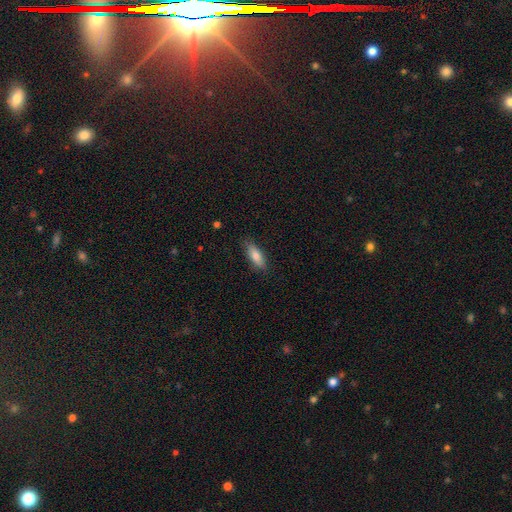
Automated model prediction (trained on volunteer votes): smooth 79%, featured or disk 15%, star or artifact 6%. Down the decision tree: how rounded — in between (57%); merging — none (85%).